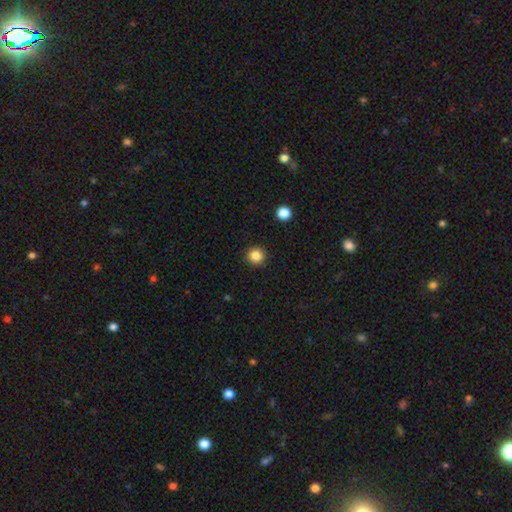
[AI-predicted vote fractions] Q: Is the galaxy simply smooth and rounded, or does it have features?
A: smooth — 84%.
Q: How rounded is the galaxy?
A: round — 95%.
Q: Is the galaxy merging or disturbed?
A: none — 93%.